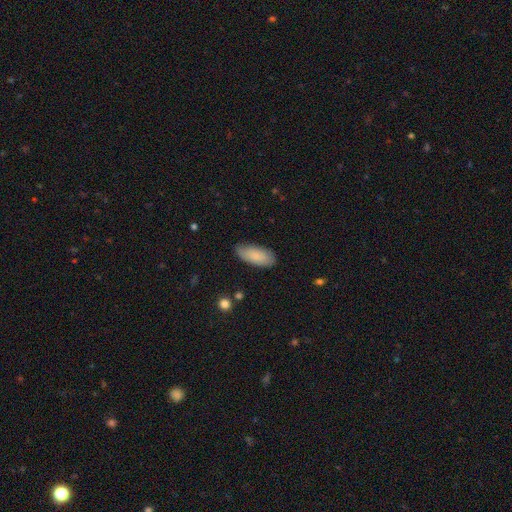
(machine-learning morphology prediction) A smooth galaxy with no disk features (87%) that is in between round and cigar-shaped (86%). Merging: none (81%).